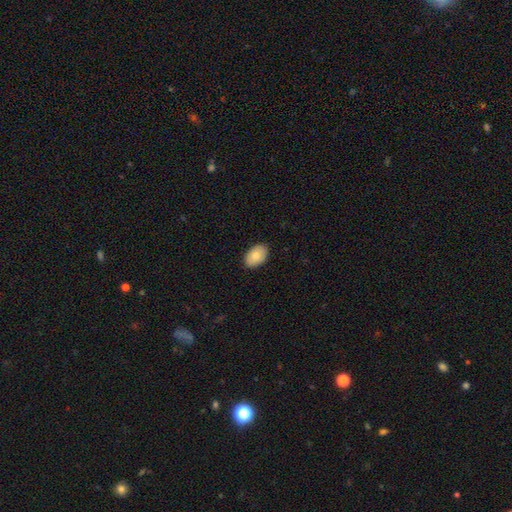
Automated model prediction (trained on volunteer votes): smooth 80%, featured or disk 13%, star or artifact 6%. Down the decision tree: how rounded — in between (90%); merging — none (89%).